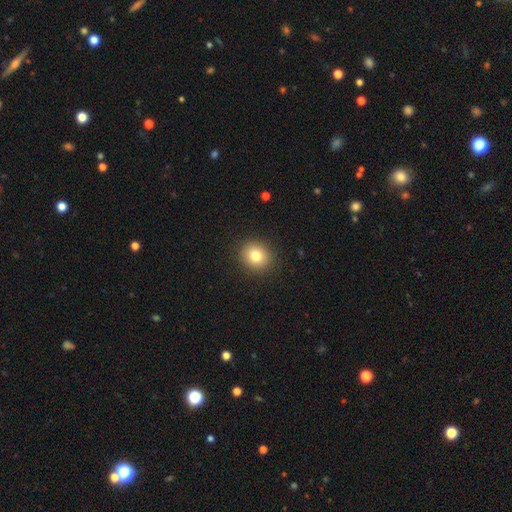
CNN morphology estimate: Smooth or featured: smooth — 81% (star or artifact — 11%)
How rounded: round — 79% (in between — 20%)
Merging: none — 90% (minor disturbance — 6%)